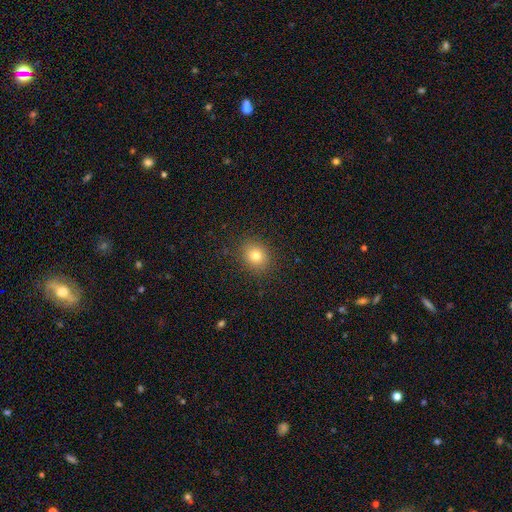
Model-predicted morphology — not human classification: Smooth or featured?
  - smooth: 80% *
  - star or artifact: 12%
  - featured or disk: 8%
How rounded?
  - round: 68% *
  - in between: 31%
  - cigar-shaped: 1%
Merging?
  - none: 88% *
  - minor disturbance: 8%
  - major disturbance: 3%
  - merger: 1%